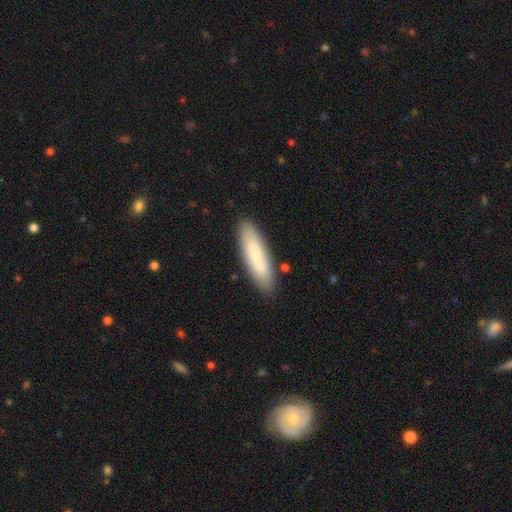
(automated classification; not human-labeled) smooth-or-featured: smooth: 74% | featured or disk: 19% | star or artifact: 6%
  how-rounded: cigar-shaped: 64% | in between: 35% | round: 2%
  merging: none: 85% | minor disturbance: 10% | major disturbance: 2% | merger: 2%